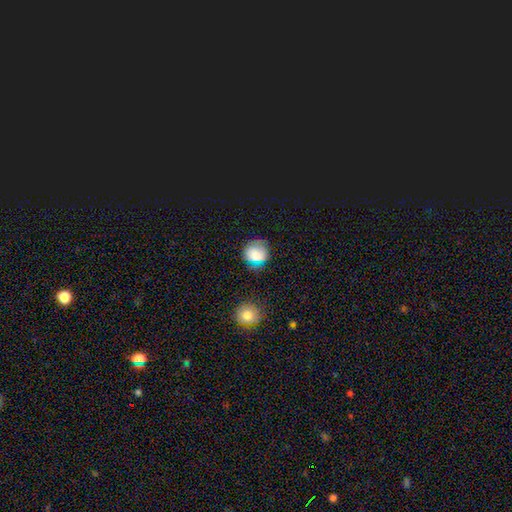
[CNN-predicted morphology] smooth_or_featured: smooth (p=0.77) [alt: star or artifact p=0.13]
how_rounded: round (p=0.84) [alt: in between p=0.15]
merging: none (p=0.72) [alt: minor disturbance p=0.19]